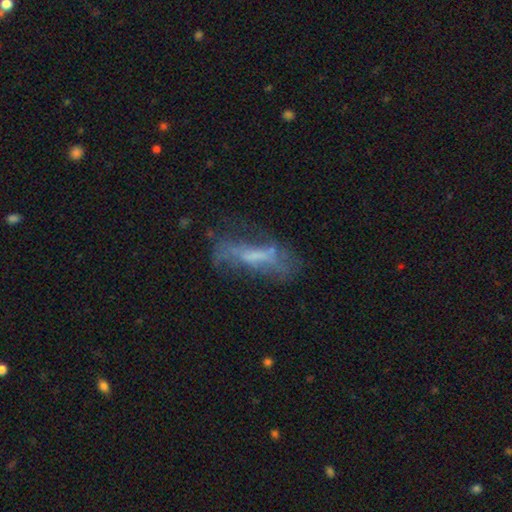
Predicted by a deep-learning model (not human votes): A featured or disk galaxy (56%).

Vote fractions:
- Smooth or featured? featured or disk: 56% / smooth: 33% / star or artifact: 12%
- Edge-on disk? no: 75% / yes: 25%
- Merging? none: 47% / major disturbance: 24% / minor disturbance: 24% / merger: 5%